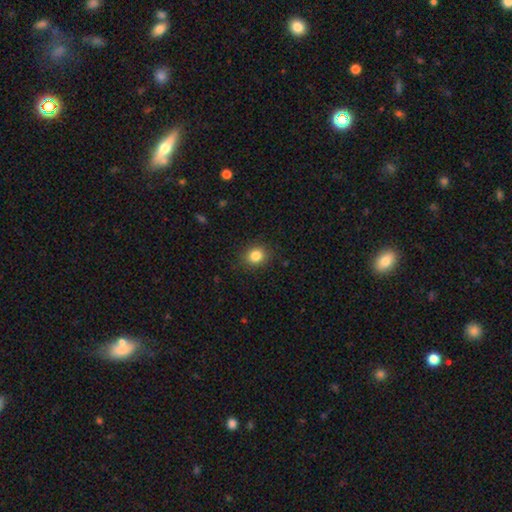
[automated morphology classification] Smooth or featured? smooth (84%)
How rounded? round (70%)
Merging? none (88%)